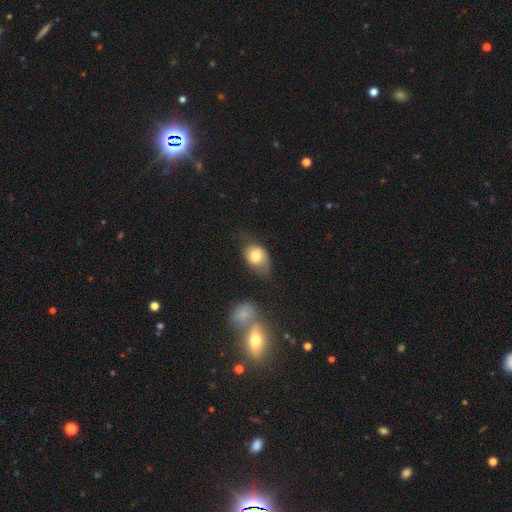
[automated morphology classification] Q: Smooth or featured?
A: smooth (73%); runner-up: featured or disk (20%)
Q: How rounded?
A: in between (65%); runner-up: round (34%)
Q: Merging?
A: none (38%); runner-up: minor disturbance (36%)